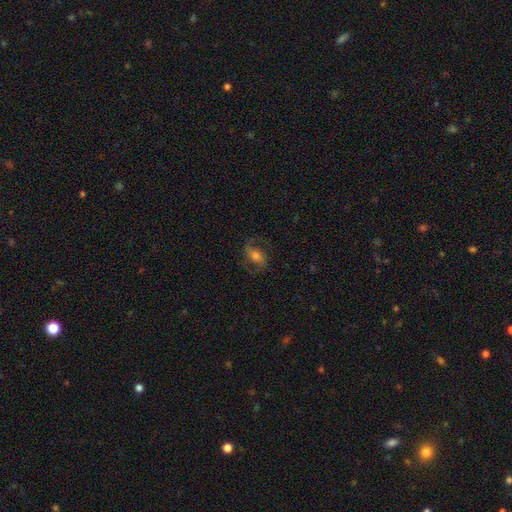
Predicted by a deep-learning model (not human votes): The model was most divided on "bar": no: 43%, weak: 38%, strong: 19%. More confident: edge-on disk — no (97%); spiral arms — yes (94%); spiral arm count — 2 (91%); merging — none (75%); smooth or featured — featured or disk (73%); bulge size — moderate (56%); spiral winding — medium (51%).